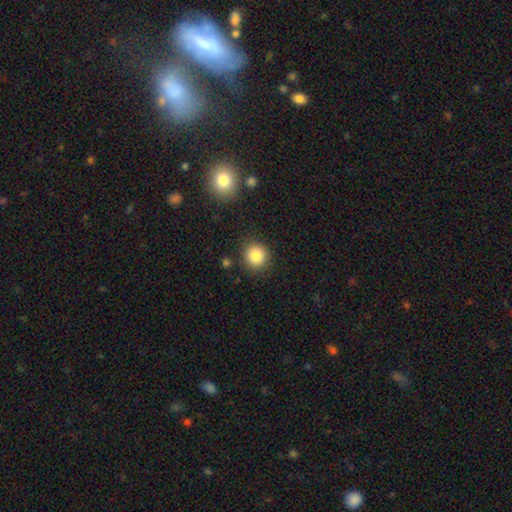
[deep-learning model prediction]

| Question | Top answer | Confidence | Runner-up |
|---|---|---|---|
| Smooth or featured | smooth | 85% | star or artifact (10%) |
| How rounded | round | 90% | in between (9%) |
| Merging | none | 87% | minor disturbance (8%) |